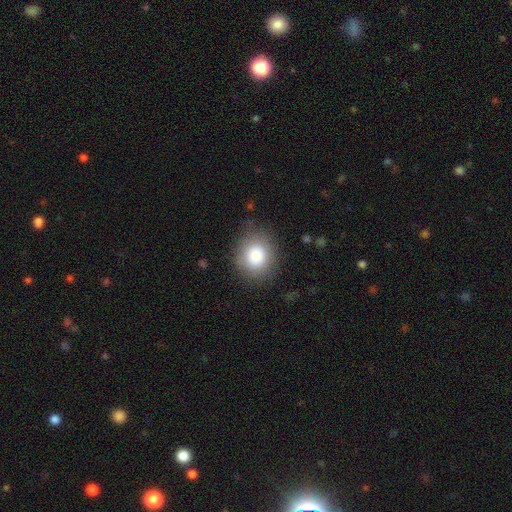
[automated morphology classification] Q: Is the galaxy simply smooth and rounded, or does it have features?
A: smooth — 83%.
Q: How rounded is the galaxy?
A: round — 78%.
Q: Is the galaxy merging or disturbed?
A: none — 82%.